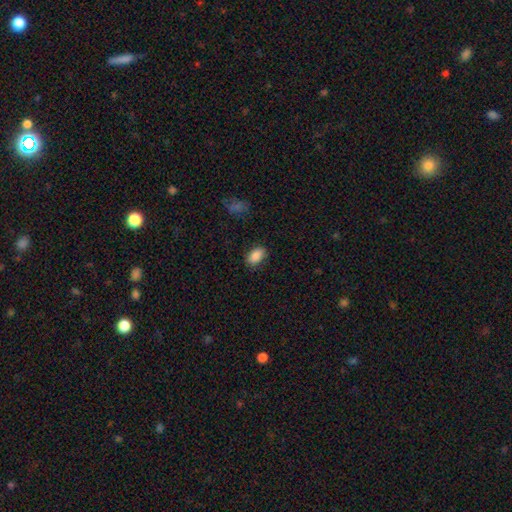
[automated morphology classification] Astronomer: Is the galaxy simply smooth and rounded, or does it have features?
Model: smooth — 88%.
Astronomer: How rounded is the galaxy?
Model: in between — 90%.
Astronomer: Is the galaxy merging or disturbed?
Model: none — 83%.